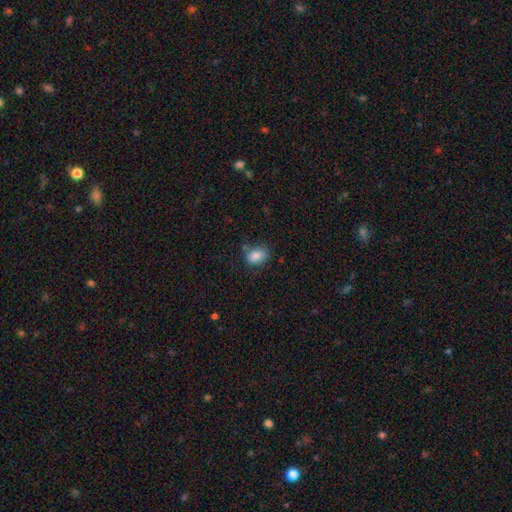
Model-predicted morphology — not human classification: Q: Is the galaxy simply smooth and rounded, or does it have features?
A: smooth — 85%.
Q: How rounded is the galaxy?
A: in between — 70%.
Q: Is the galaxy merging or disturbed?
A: none — 71%.